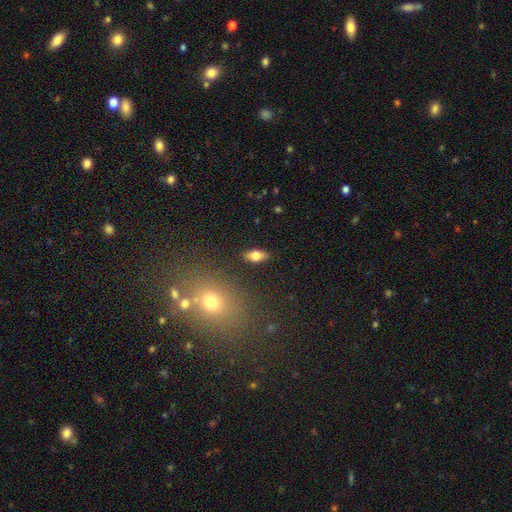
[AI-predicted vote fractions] Morphology: type=smooth (72%); roundness=in between (85%); merging=none (88%).